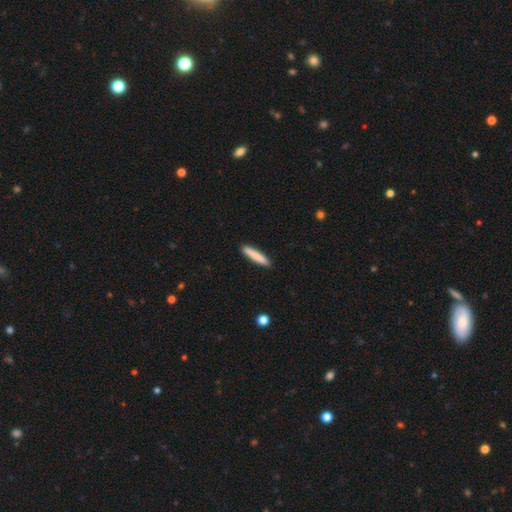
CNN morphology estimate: Overall: smooth (83%). How rounded: cigar-shaped (93%). Merging: none (91%).